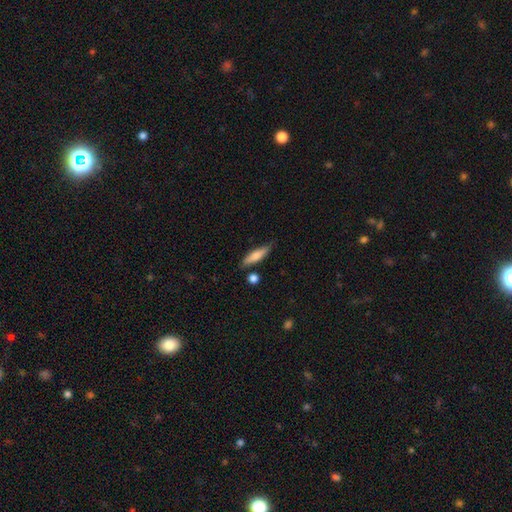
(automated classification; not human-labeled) This is likely a smooth galaxy (70%). How rounded: likely cigar-shaped (72%). Merging: likely none (75%).